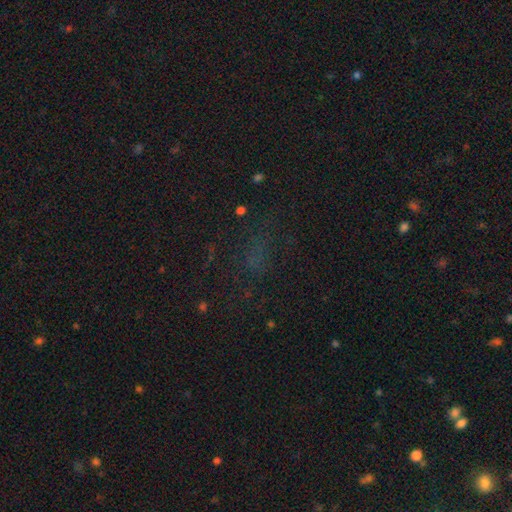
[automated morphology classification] This appears to be a star or artifact, not a galaxy (49%).